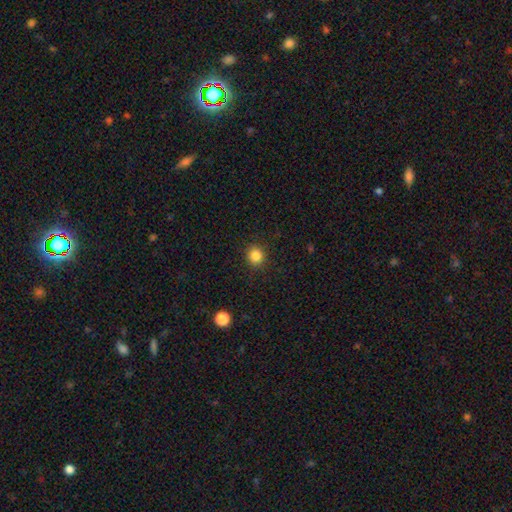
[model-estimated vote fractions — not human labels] The model was most divided on "smooth or featured": smooth: 85%, star or artifact: 11%, featured or disk: 4%. More confident: merging — none (90%); how rounded — round (88%).